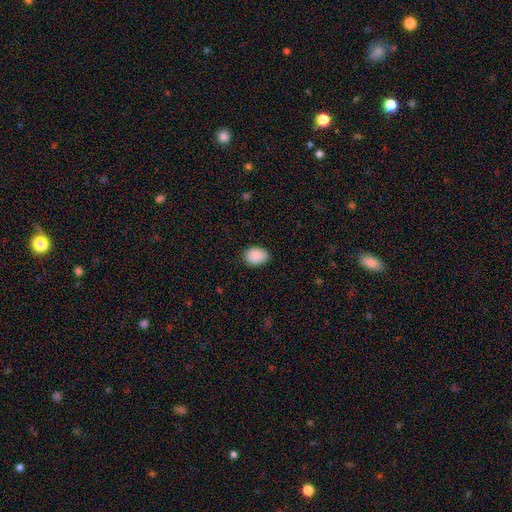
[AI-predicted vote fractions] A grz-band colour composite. It shows a smooth galaxy with no disk features (90%) that is in between round and cigar-shaped (66%). Merging: none (83%).